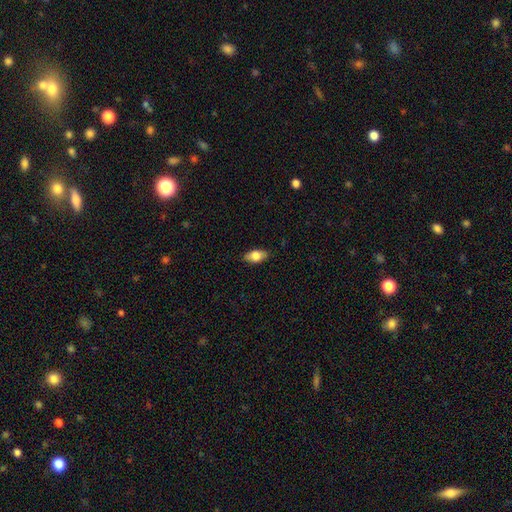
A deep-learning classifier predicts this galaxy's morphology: smooth 77%, featured or disk 16%, star or artifact 7%. Down the decision tree: how rounded — in between (90%); merging — none (85%).